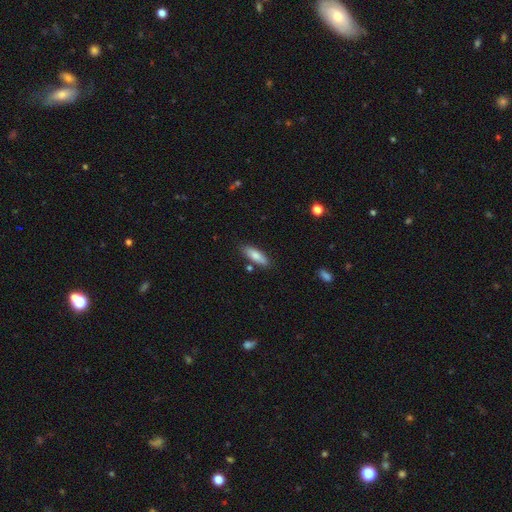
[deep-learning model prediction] Q: Smooth or featured?
A: smooth (80%); runner-up: featured or disk (13%)
Q: How rounded?
A: in between (51%); runner-up: cigar-shaped (47%)
Q: Merging?
A: none (81%); runner-up: minor disturbance (12%)